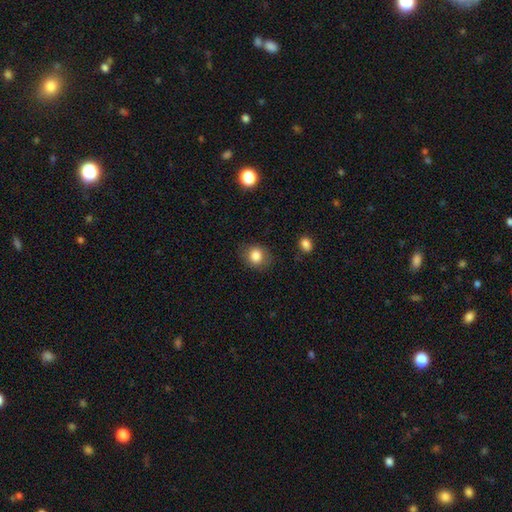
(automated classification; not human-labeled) smooth 83%, star or artifact 10%, featured or disk 7%. Down the decision tree: how rounded — round (68%); merging — none (81%).